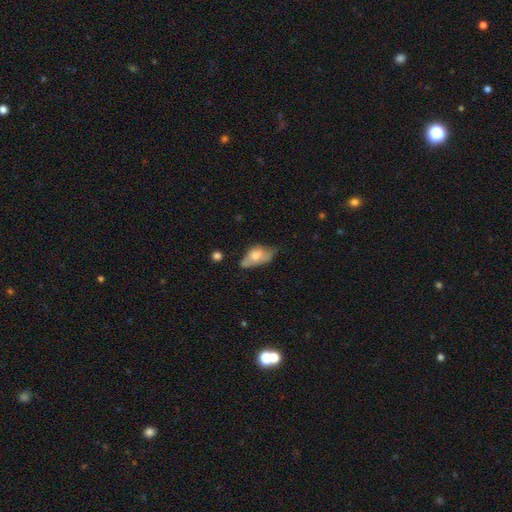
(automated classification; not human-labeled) A smooth galaxy with no disk features (58%) that is in between round and cigar-shaped (87%).

Vote fractions:
- Smooth or featured? smooth: 58% / featured or disk: 34% / star or artifact: 8%
- How rounded? in between: 87% / cigar-shaped: 7% / round: 6%
- Merging? minor disturbance: 38% / none: 37% / major disturbance: 20% / merger: 5%